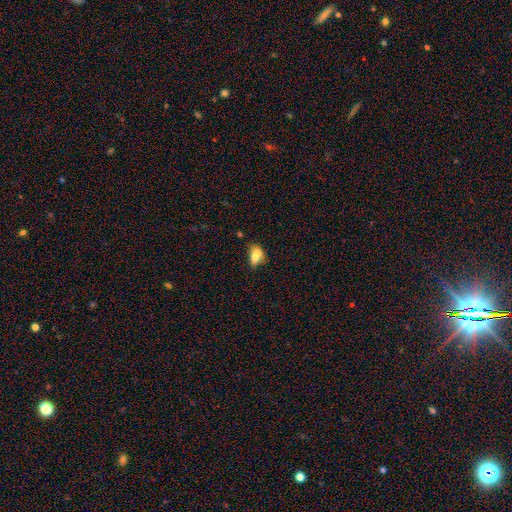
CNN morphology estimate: Smooth or featured?
  - smooth: 70% *
  - featured or disk: 19%
  - star or artifact: 10%
How rounded?
  - in between: 76% *
  - round: 19%
  - cigar-shaped: 5%
Merging?
  - merger: 41% *
  - none: 31%
  - minor disturbance: 19%
  - major disturbance: 10%